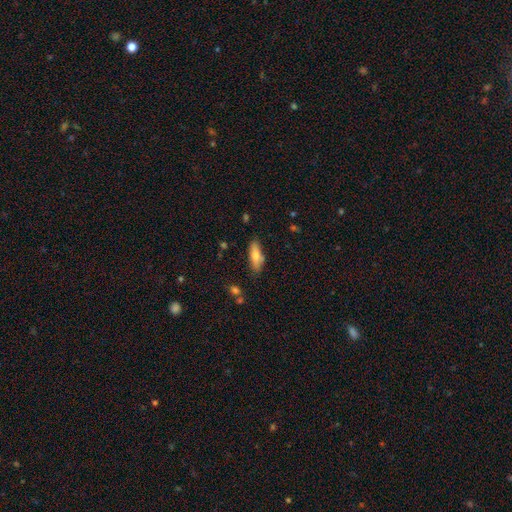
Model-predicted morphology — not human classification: smooth 73%, featured or disk 20%, star or artifact 7%. Down the decision tree: how rounded — in between (57%); merging — none (78%).